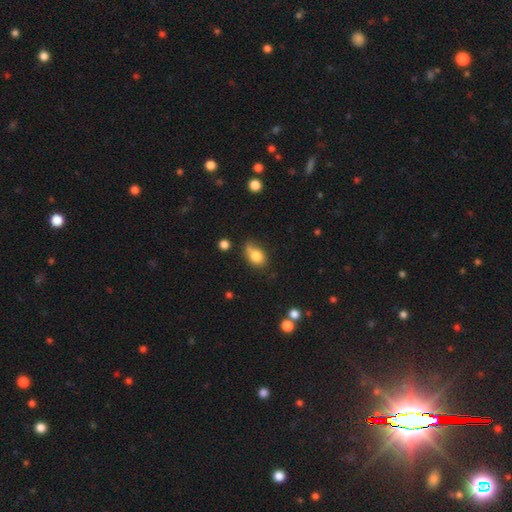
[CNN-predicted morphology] Smooth or featured?
  - smooth: 81% *
  - featured or disk: 10%
  - star or artifact: 9%
How rounded?
  - in between: 72% *
  - round: 27%
  - cigar-shaped: 2%
Merging?
  - none: 51% *
  - minor disturbance: 31%
  - merger: 10%
  - major disturbance: 9%